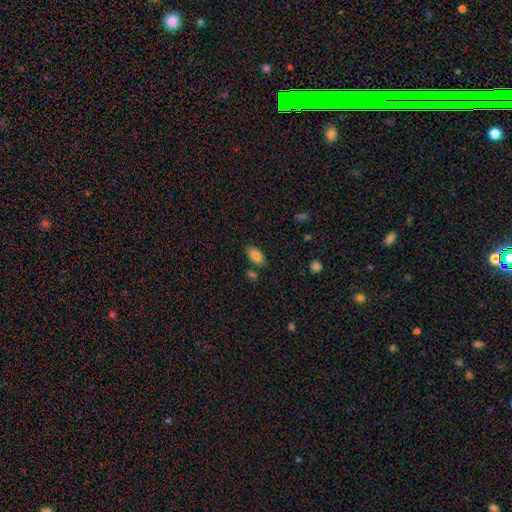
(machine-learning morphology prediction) Smooth or featured: smooth — 83% (featured or disk — 9%)
How rounded: in between — 91% (cigar-shaped — 6%)
Merging: none — 78% (minor disturbance — 13%)